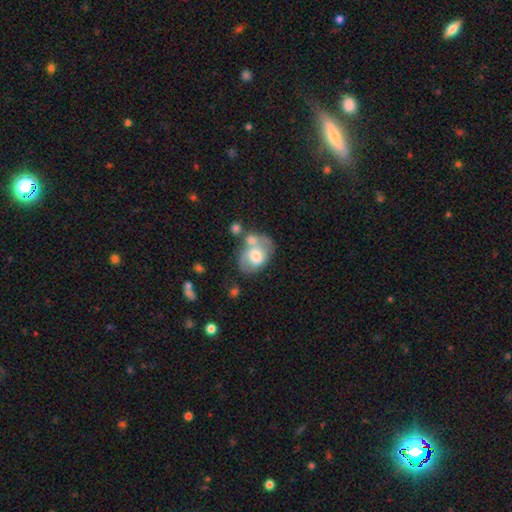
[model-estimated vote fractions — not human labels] smooth_or_featured: smooth (p=0.50) [alt: featured or disk p=0.43]
how_rounded: in between (p=0.71) [alt: round p=0.28]
merging: merger (p=0.35) [alt: none p=0.32]